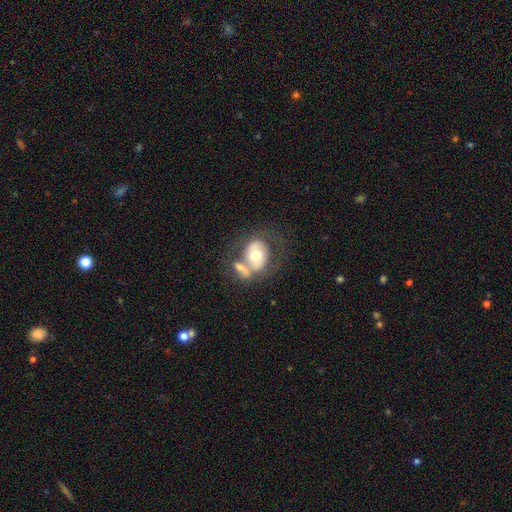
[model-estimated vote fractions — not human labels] A smooth galaxy with no disk features (51%) that is in between round and cigar-shaped (59%).

Vote fractions:
- Smooth or featured? smooth: 51% / featured or disk: 41% / star or artifact: 7%
- How rounded? in between: 59% / round: 39% / cigar-shaped: 1%
- Merging? merger: 44% / none: 30% / minor disturbance: 13% / major disturbance: 13%